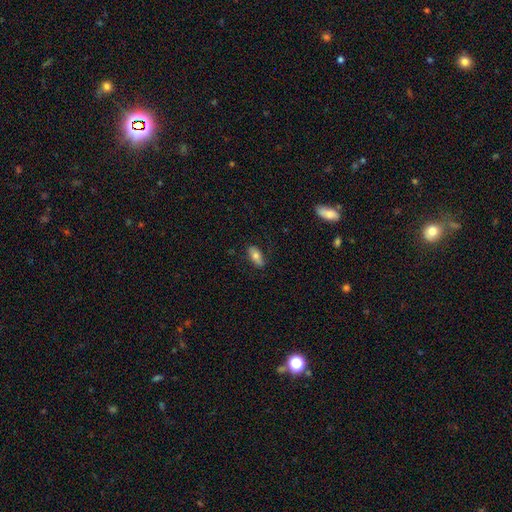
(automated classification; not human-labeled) Smooth or featured?
  - smooth: 71% *
  - featured or disk: 21%
  - star or artifact: 7%
How rounded?
  - in between: 84% *
  - cigar-shaped: 13%
  - round: 3%
Merging?
  - none: 79% *
  - minor disturbance: 16%
  - major disturbance: 4%
  - merger: 1%